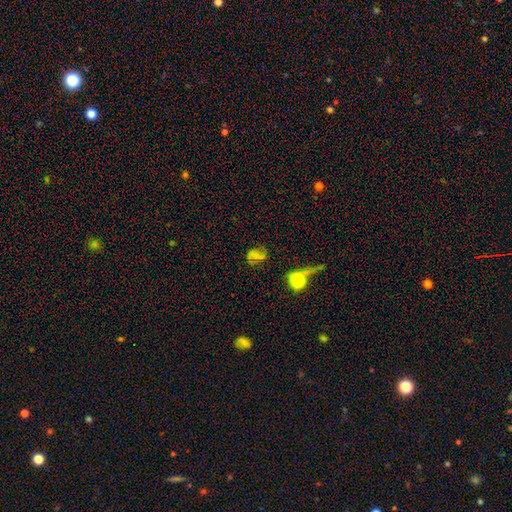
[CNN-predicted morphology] Smooth or featured?
  - featured or disk: 53% *
  - smooth: 30%
  - star or artifact: 17%
Edge-on disk?
  - no: 97% *
  - yes: 3%
Bar?
  - no: 41% *
  - weak: 39%
  - strong: 20%
Spiral arms?
  - yes: 87% *
  - no: 13%
Bulge size?
  - small: 41% *
  - none: 35%
  - moderate: 19%
  - large: 3%
  - dominant: 2%
Merging?
  - none: 68% *
  - minor disturbance: 18%
  - major disturbance: 10%
  - merger: 4%